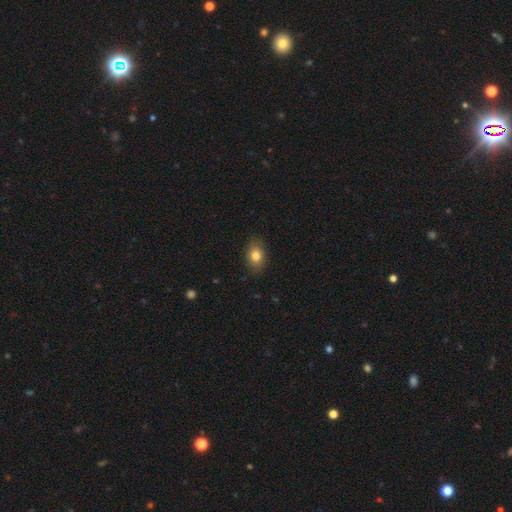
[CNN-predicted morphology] Smooth or featured? Predicted: smooth (p=0.79). How rounded? Predicted: in between (p=0.77). Merging? Predicted: none (p=0.86).